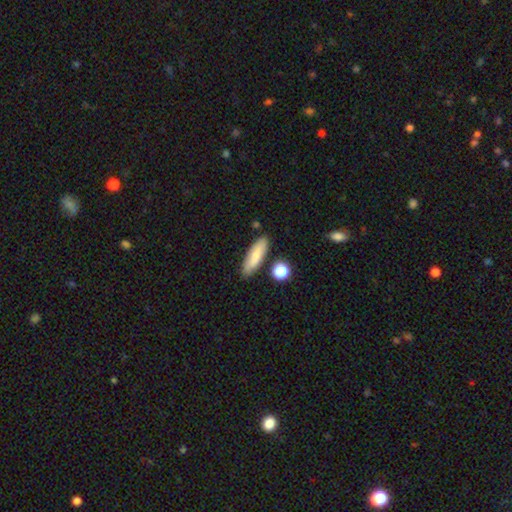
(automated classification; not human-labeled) This is likely a smooth galaxy (78%). How rounded: possibly cigar-shaped (50%). Merging: clearly none (81%).